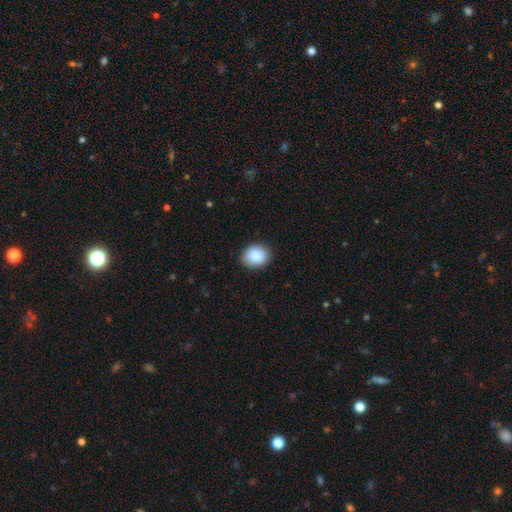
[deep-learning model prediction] smooth 88%, star or artifact 7%, featured or disk 4%. Down the decision tree: how rounded — in between (51%); merging — none (85%).